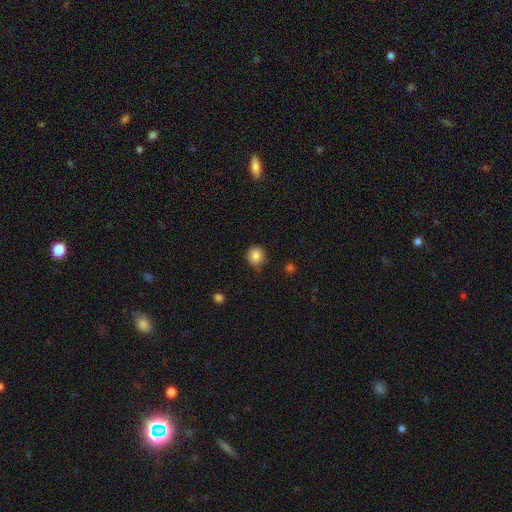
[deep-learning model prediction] Morphology: type=smooth (84%); roundness=round (89%); merging=none (82%).